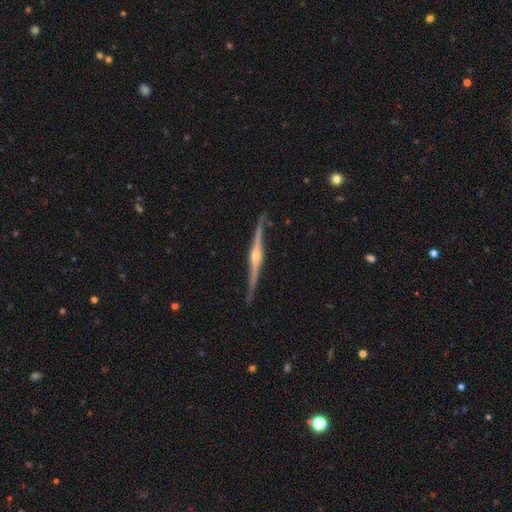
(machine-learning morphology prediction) Overall: featured or disk (88%). Edge-on disk: yes (97%). Edge-on bulge: rounded (89%). Merging: none (82%).